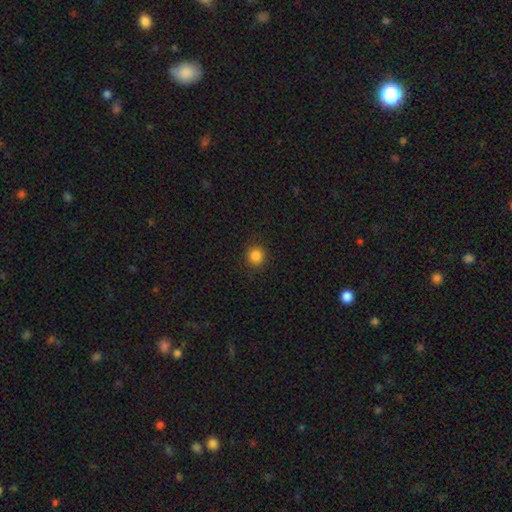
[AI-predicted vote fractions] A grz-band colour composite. It shows a smooth galaxy with no disk features (85%) that is round (93%). Merging: none (90%).